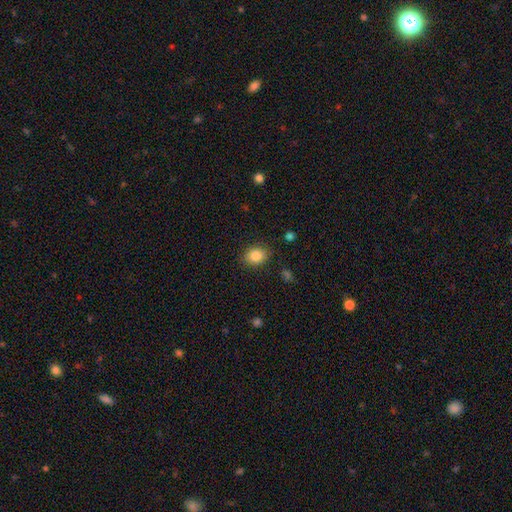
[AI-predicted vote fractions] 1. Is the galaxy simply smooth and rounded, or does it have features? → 85% smooth, 9% star or artifact, 6% featured or disk.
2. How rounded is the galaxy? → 50% in between, 49% round, 1% cigar-shaped.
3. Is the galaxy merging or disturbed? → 86% none, 10% minor disturbance, 3% major disturbance, 1% merger.